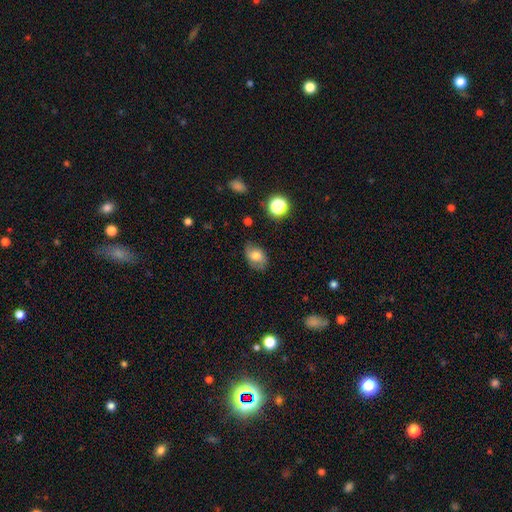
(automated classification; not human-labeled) Smooth or featured? smooth (70%)
How rounded? in between (81%)
Merging? none (73%)